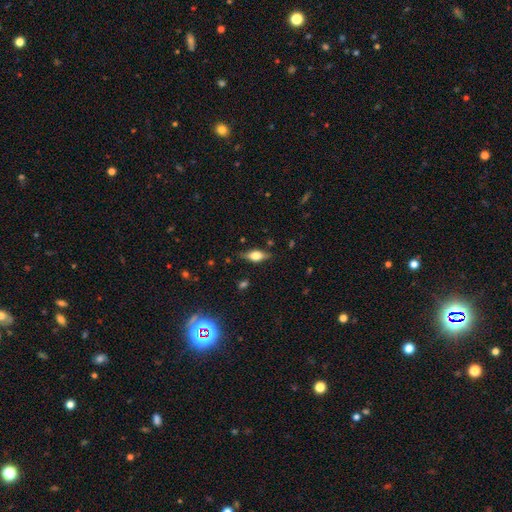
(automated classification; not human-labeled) The model was most divided on "smooth or featured": smooth: 47%, featured or disk: 44%, star or artifact: 9%. More confident: merging — none (80%).